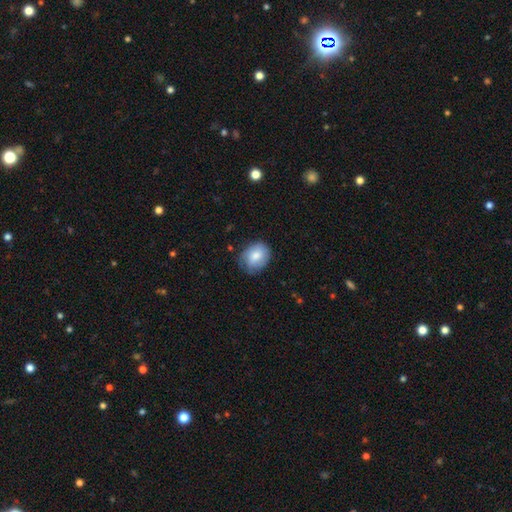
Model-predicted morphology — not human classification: Smooth or featured: smooth — 77% (featured or disk — 16%)
How rounded: in between — 56% (round — 43%)
Merging: none — 70% (minor disturbance — 24%)